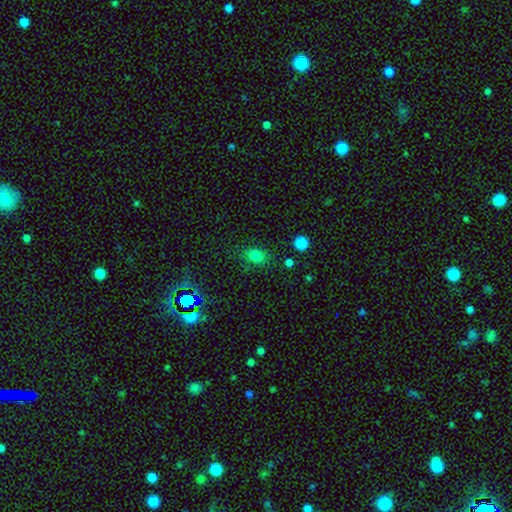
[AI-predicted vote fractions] smooth-or-featured: smooth: 77% | star or artifact: 16% | featured or disk: 7%
  how-rounded: in between: 66% | round: 33% | cigar-shaped: 2%
  merging: none: 78% | minor disturbance: 15% | major disturbance: 5% | merger: 3%